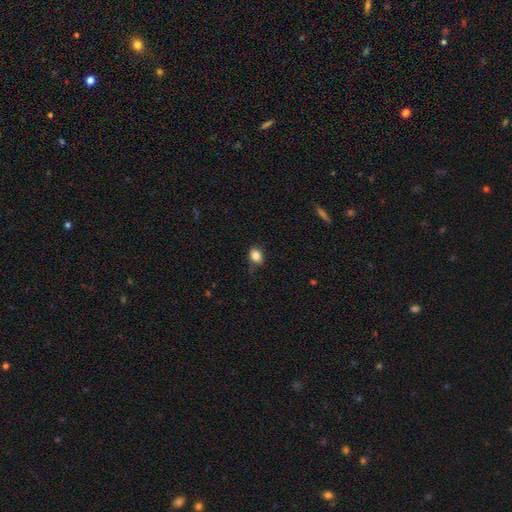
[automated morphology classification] This is clearly a smooth galaxy (84%). How rounded: possibly in between (53%). Merging: likely none (71%).